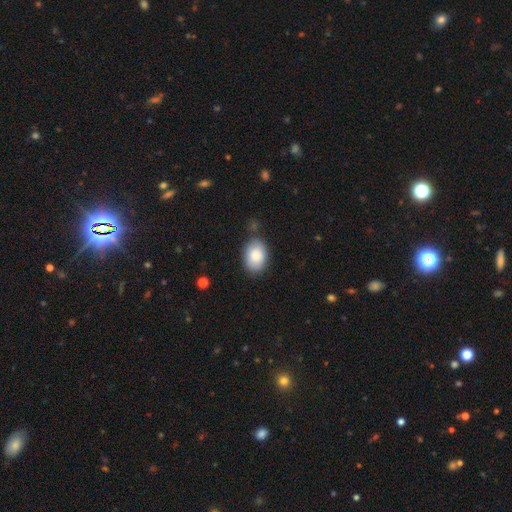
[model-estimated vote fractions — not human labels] Smooth or featured? Predicted: smooth (p=0.87). How rounded? Predicted: in between (p=0.83). Merging? Predicted: none (p=0.75).